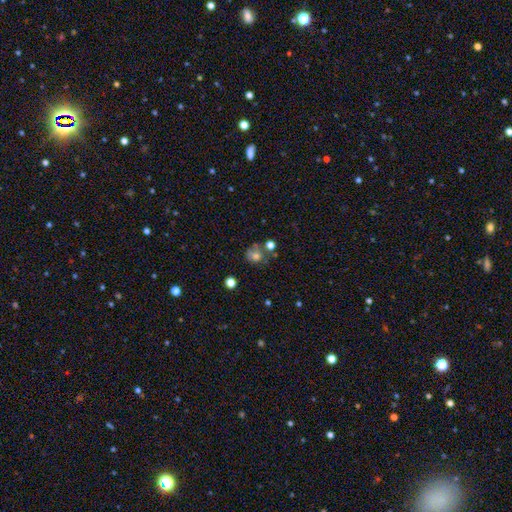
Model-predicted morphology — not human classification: smooth-or-featured: smooth: 64% | featured or disk: 20% | star or artifact: 16%
  how-rounded: round: 72% | in between: 27% | cigar-shaped: 1%
  merging: none: 45% | minor disturbance: 21% | merger: 19% | major disturbance: 15%